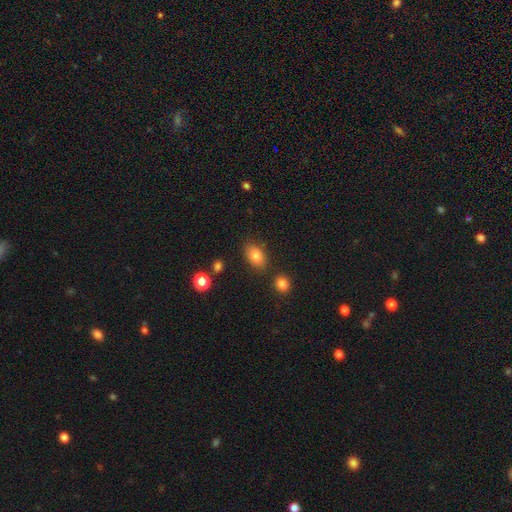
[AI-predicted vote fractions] Smooth or featured?
  - smooth: 82% *
  - star or artifact: 9%
  - featured or disk: 9%
How rounded?
  - in between: 84% *
  - round: 14%
  - cigar-shaped: 2%
Merging?
  - none: 80% *
  - minor disturbance: 12%
  - merger: 5%
  - major disturbance: 3%